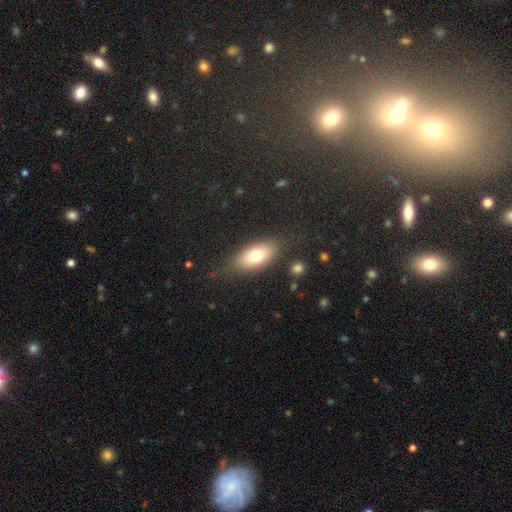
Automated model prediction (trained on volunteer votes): smooth_or_featured: smooth (p=0.72) [alt: featured or disk p=0.20]
how_rounded: in between (p=0.84) [alt: cigar-shaped p=0.10]
merging: none (p=0.78) [alt: minor disturbance p=0.14]